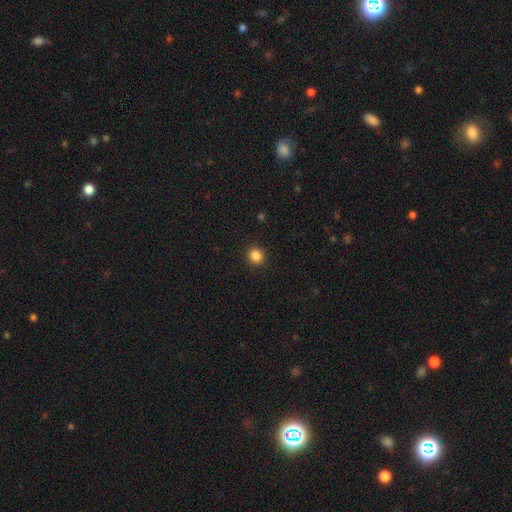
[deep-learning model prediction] A smooth galaxy with no disk features (85%) that is round (84%).

Vote fractions:
- Smooth or featured? smooth: 85% / star or artifact: 11% / featured or disk: 4%
- How rounded? round: 84% / in between: 15% / cigar-shaped: 1%
- Merging? none: 92% / minor disturbance: 5% / major disturbance: 2% / merger: 1%